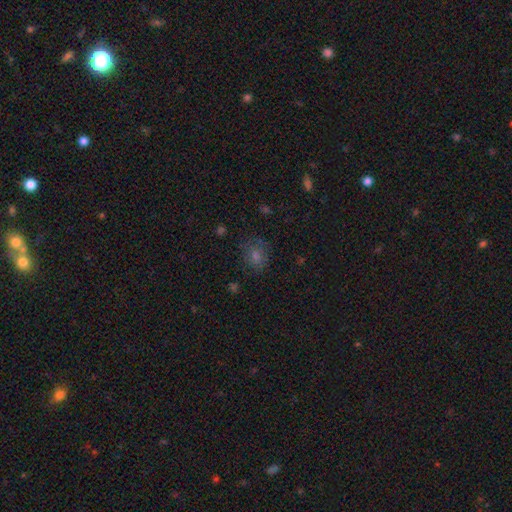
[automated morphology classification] smooth-or-featured: smooth: 59% | star or artifact: 26% | featured or disk: 15%
  how-rounded: round: 74% | in between: 24% | cigar-shaped: 1%
  merging: none: 77% | minor disturbance: 16% | major disturbance: 6% | merger: 2%